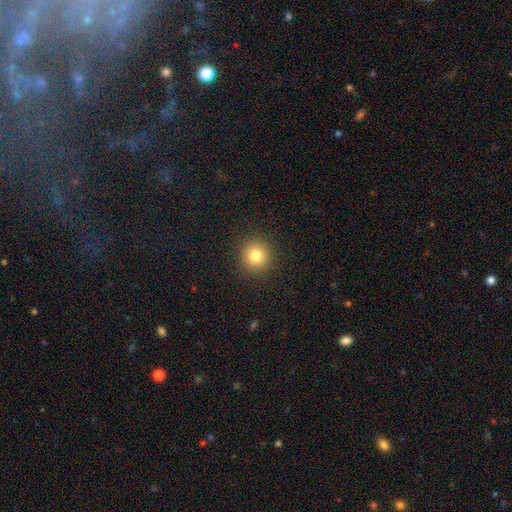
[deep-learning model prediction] Smooth or featured?
  - smooth: 82% *
  - star or artifact: 11%
  - featured or disk: 7%
How rounded?
  - round: 94% *
  - in between: 5%
  - cigar-shaped: 1%
Merging?
  - none: 91% *
  - minor disturbance: 6%
  - major disturbance: 2%
  - merger: 1%